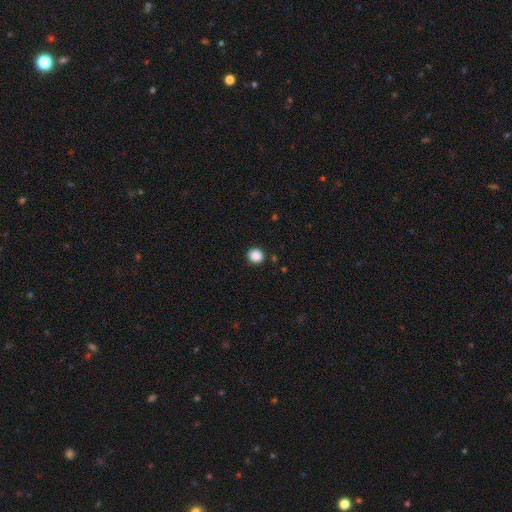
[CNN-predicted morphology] A smooth galaxy with no disk features (88%) that is round (91%).

Vote fractions:
- Smooth or featured? smooth: 88% / star or artifact: 10% / featured or disk: 2%
- How rounded? round: 91% / in between: 8% / cigar-shaped: 1%
- Merging? none: 92% / minor disturbance: 5% / major disturbance: 2% / merger: 1%